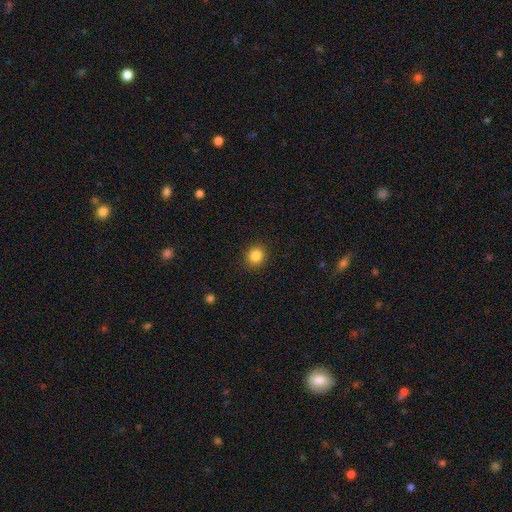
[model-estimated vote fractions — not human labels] Q: Smooth or featured?
A: smooth (85%); runner-up: star or artifact (11%)
Q: How rounded?
A: round (87%); runner-up: in between (12%)
Q: Merging?
A: none (90%); runner-up: minor disturbance (6%)